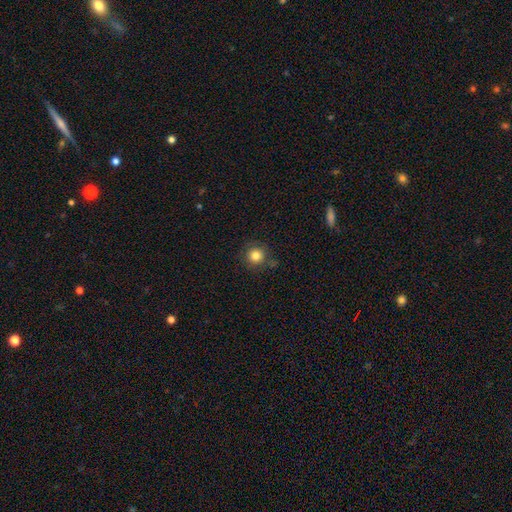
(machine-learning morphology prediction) This is clearly a smooth galaxy (81%). How rounded: clearly round (94%). Merging: clearly none (80%).